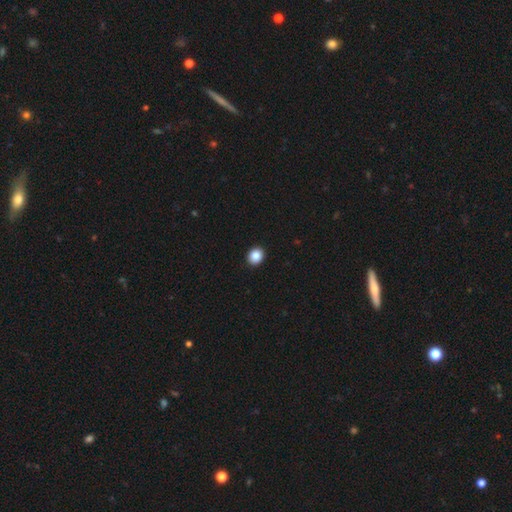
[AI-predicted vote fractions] Smooth or featured?
  - smooth: 87% *
  - star or artifact: 9%
  - featured or disk: 4%
How rounded?
  - round: 71% *
  - in between: 28%
  - cigar-shaped: 1%
Merging?
  - none: 93% *
  - minor disturbance: 5%
  - major disturbance: 1%
  - merger: 1%